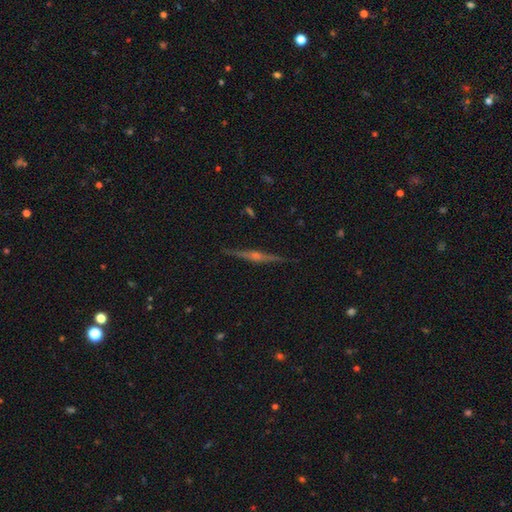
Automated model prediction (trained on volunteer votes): Smooth or featured? featured or disk (85%)
Edge-on disk? yes (98%)
Edge-on bulge? rounded (87%)
Merging? none (91%)